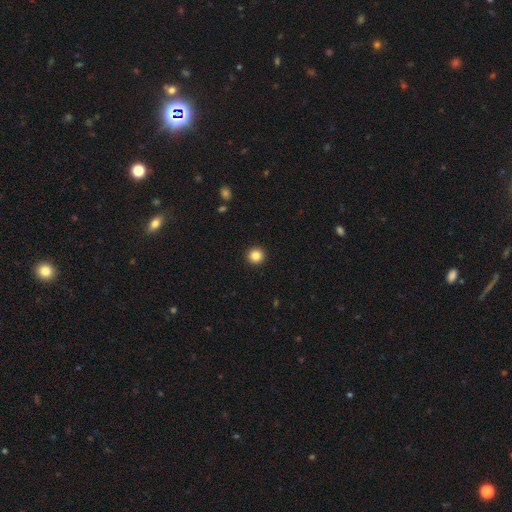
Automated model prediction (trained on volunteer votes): A smooth galaxy with no disk features (85%) that is round (96%).

Vote fractions:
- Smooth or featured? smooth: 85% / star or artifact: 11% / featured or disk: 4%
- How rounded? round: 96% / in between: 3% / cigar-shaped: 1%
- Merging? none: 94% / minor disturbance: 4% / major disturbance: 1% / merger: 1%